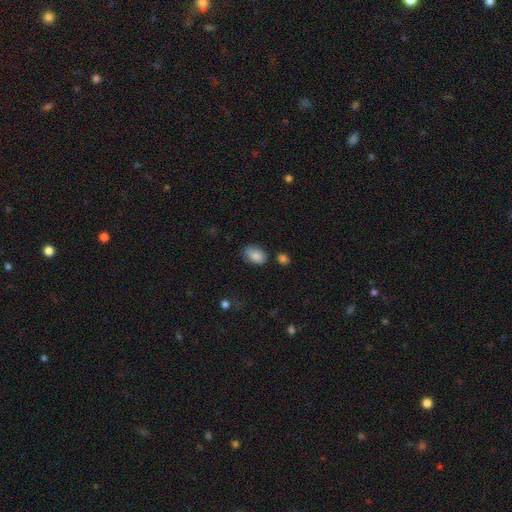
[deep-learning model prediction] Morphology: type=smooth (83%); roundness=in between (89%); merging=none (67%).